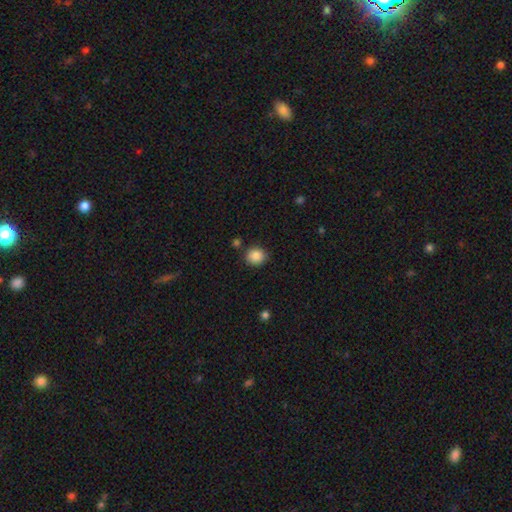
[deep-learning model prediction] A smooth galaxy with no disk features (87%) that is round (80%).

Vote fractions:
- Smooth or featured? smooth: 87% / star or artifact: 9% / featured or disk: 4%
- How rounded? round: 80% / in between: 19% / cigar-shaped: 1%
- Merging? none: 85% / minor disturbance: 9% / merger: 3% / major disturbance: 3%